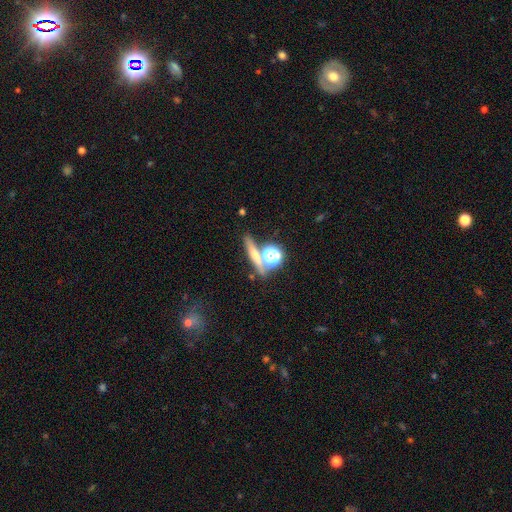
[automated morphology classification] Smooth or featured? Predicted: smooth (p=0.50). How rounded? Predicted: cigar-shaped (p=0.50). Merging? Predicted: none (p=0.70).